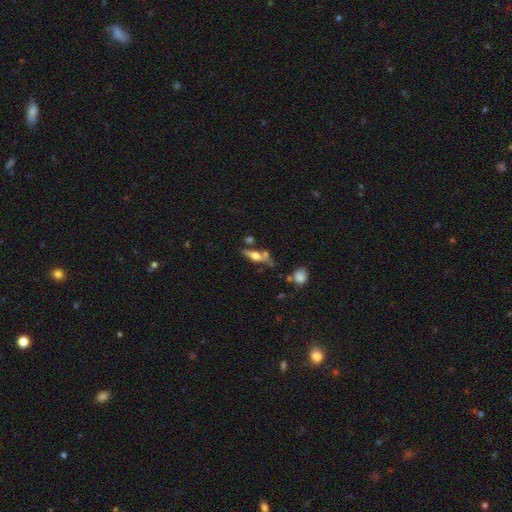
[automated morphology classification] A featured or disk galaxy (58%) viewed edge-on (88%) with a rounded central bulge (91%).

Vote fractions:
- Smooth or featured? featured or disk: 58% / smooth: 33% / star or artifact: 9%
- Edge-on disk? yes: 88% / no: 12%
- Edge-on bulge? rounded: 91% / boxy: 6% / none: 3%
- Merging? none: 58% / merger: 18% / minor disturbance: 16% / major disturbance: 7%